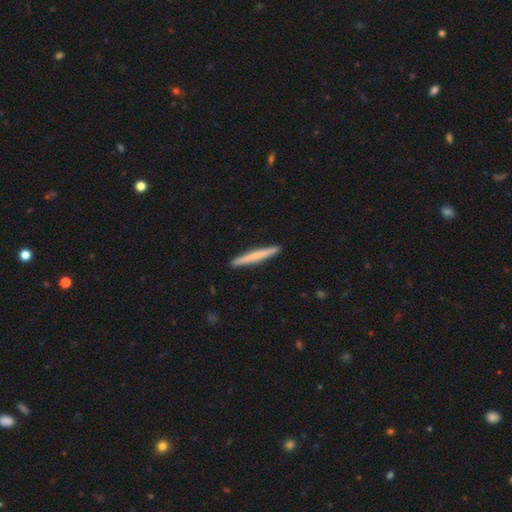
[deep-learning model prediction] smooth 63%, featured or disk 32%, star or artifact 5%. Down the decision tree: how rounded — cigar-shaped (97%); merging — none (93%).